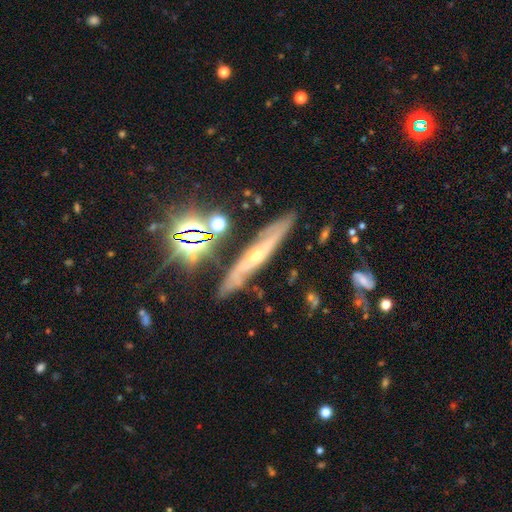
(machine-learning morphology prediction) This appears to be a featured or disk galaxy (62%) viewed edge-on (66%). Merging: none (78%).